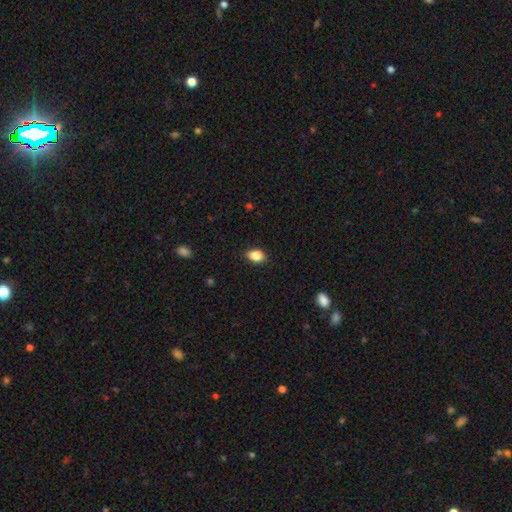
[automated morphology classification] A smooth galaxy with no disk features (87%) that is in between round and cigar-shaped (77%). Merging: none (85%).